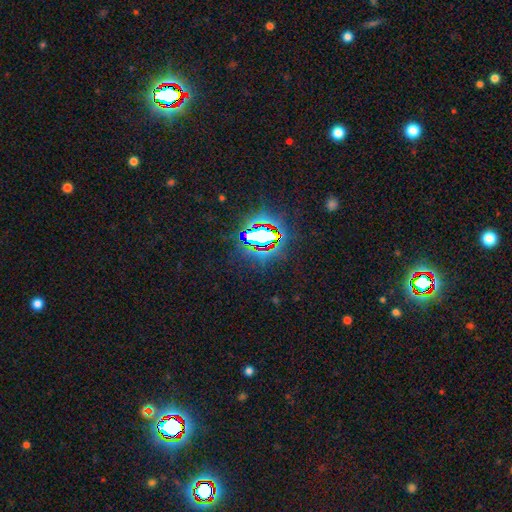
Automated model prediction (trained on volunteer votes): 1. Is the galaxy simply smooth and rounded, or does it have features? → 84% star or artifact, 9% smooth, 7% featured or disk.